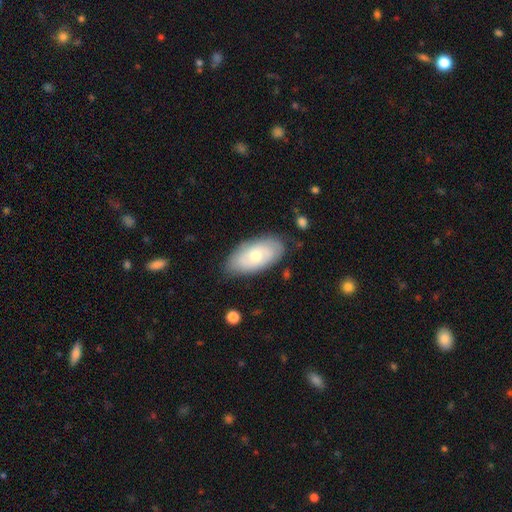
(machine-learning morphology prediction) The model was most divided on "smooth or featured": smooth: 50%, featured or disk: 44%, star or artifact: 6%. More confident: how rounded — in between (93%); merging — none (79%).